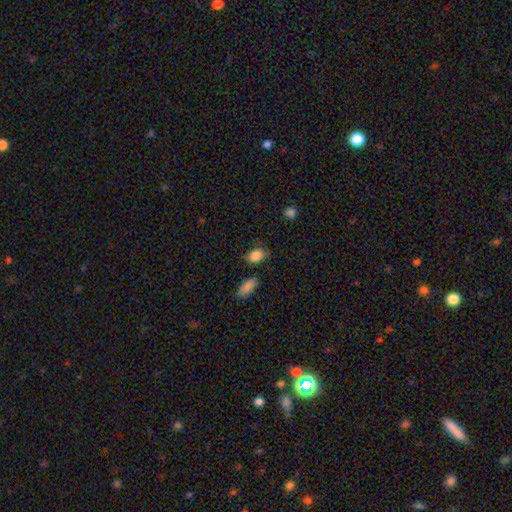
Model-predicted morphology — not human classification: The model was most divided on "merging": none: 67%, minor disturbance: 23%, major disturbance: 6%, merger: 5%. More confident: smooth or featured — smooth (86%); how rounded — in between (74%).